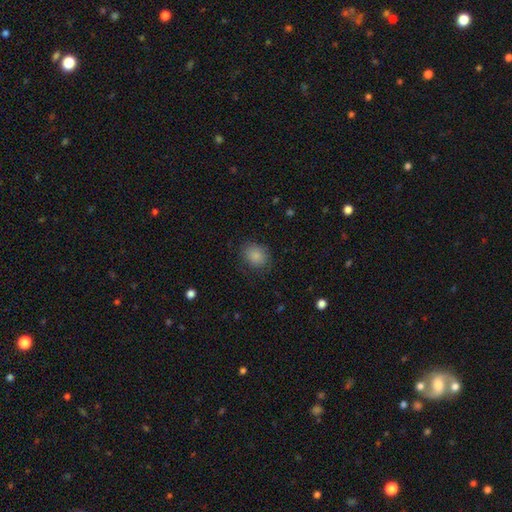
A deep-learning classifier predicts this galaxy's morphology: smooth_or_featured: smooth (p=0.86) [alt: star or artifact p=0.09]
how_rounded: round (p=0.55) [alt: in between p=0.44]
merging: none (p=0.78) [alt: minor disturbance p=0.16]